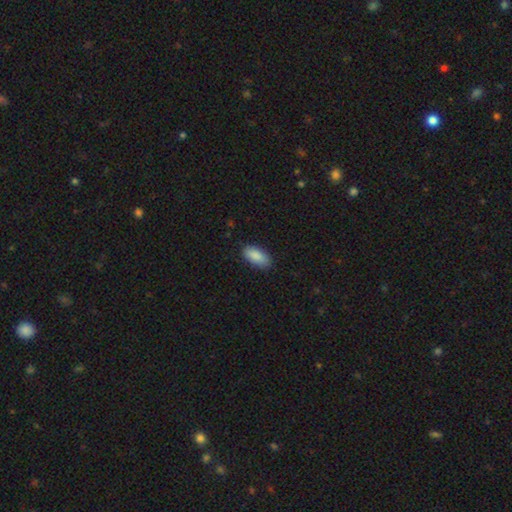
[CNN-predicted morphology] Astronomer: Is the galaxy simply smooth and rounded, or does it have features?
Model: smooth — 89%.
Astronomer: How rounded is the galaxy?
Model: in between — 90%.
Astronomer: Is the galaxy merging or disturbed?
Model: none — 84%.